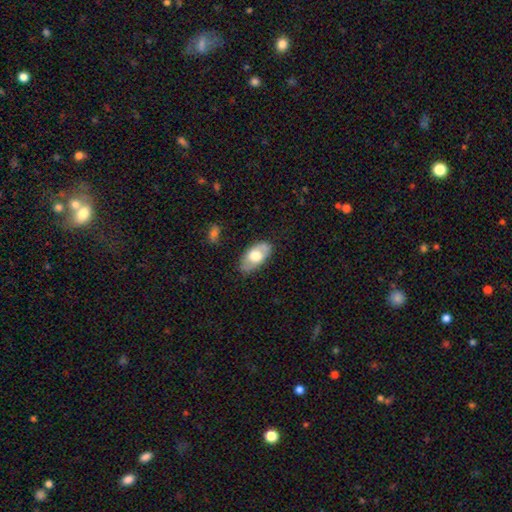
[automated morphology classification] Smooth or featured?
  - smooth: 61% *
  - featured or disk: 33%
  - star or artifact: 6%
How rounded?
  - in between: 93% *
  - round: 4%
  - cigar-shaped: 3%
Merging?
  - none: 77% *
  - minor disturbance: 18%
  - major disturbance: 4%
  - merger: 1%